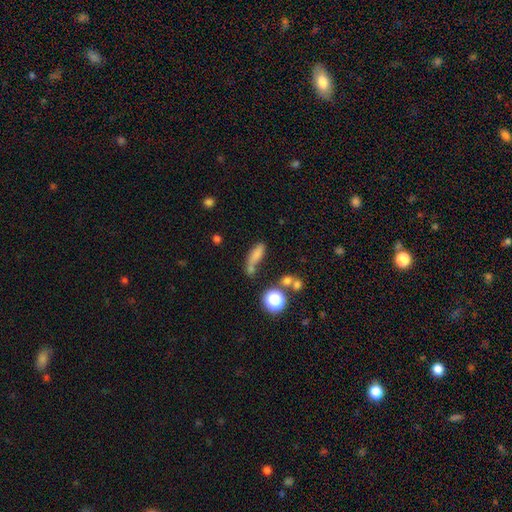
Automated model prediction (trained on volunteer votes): Smooth or featured?
  - smooth: 71% *
  - star or artifact: 15%
  - featured or disk: 14%
How rounded?
  - in between: 47% *
  - cigar-shaped: 43%
  - round: 9%
Merging?
  - none: 42% *
  - merger: 26%
  - minor disturbance: 19%
  - major disturbance: 14%